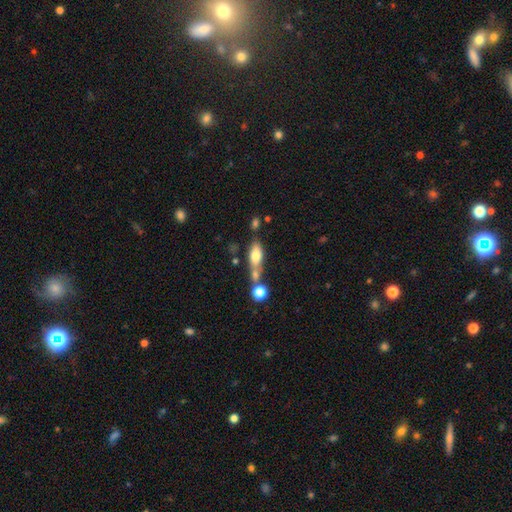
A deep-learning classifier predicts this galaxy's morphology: This is likely a smooth galaxy (72%). How rounded: likely in between (71%). Merging: marginally merger (40%).